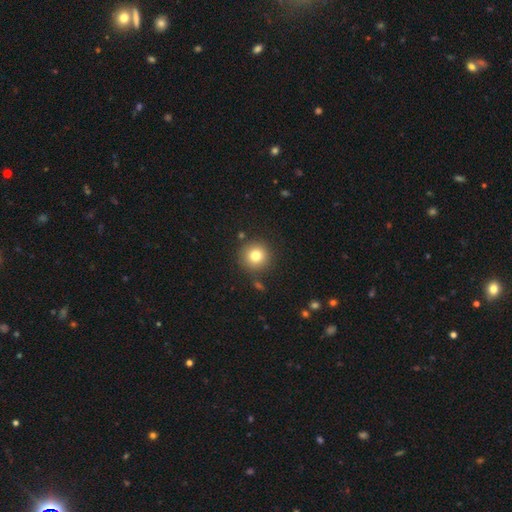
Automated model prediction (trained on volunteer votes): smooth 80%, star or artifact 12%, featured or disk 9%. Down the decision tree: how rounded — round (95%); merging — none (86%).